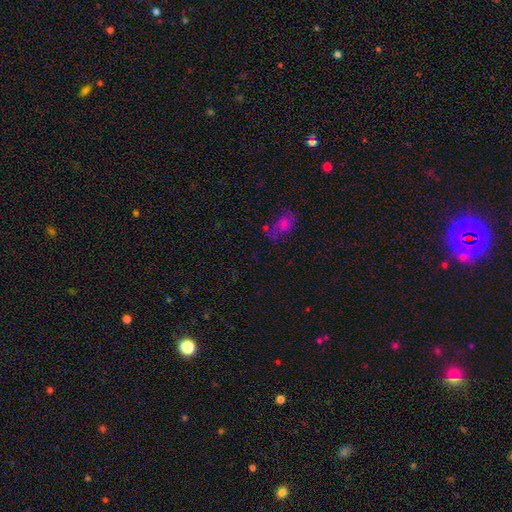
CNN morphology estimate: Q: Smooth or featured?
A: star or artifact (45%); runner-up: smooth (40%)